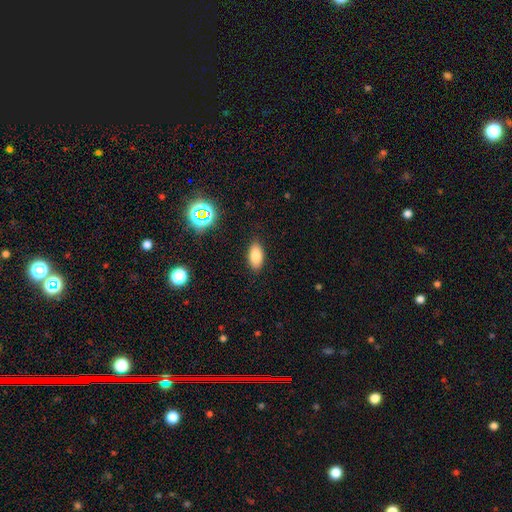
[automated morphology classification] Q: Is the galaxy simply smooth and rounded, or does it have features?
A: smooth — 83%.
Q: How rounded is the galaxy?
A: in between — 92%.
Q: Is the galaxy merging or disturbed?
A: none — 87%.